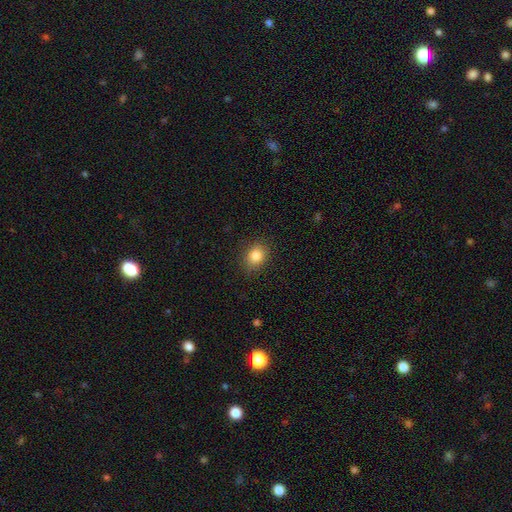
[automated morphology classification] Smooth or featured? Predicted: smooth (p=0.85). How rounded? Predicted: in between (p=0.55). Merging? Predicted: none (p=0.85).